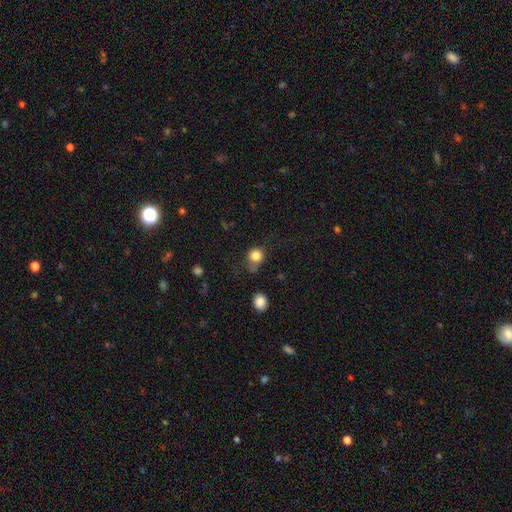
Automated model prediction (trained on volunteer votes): This is clearly a smooth galaxy (82%). How rounded: clearly round (83%). Merging: possibly none (57%).